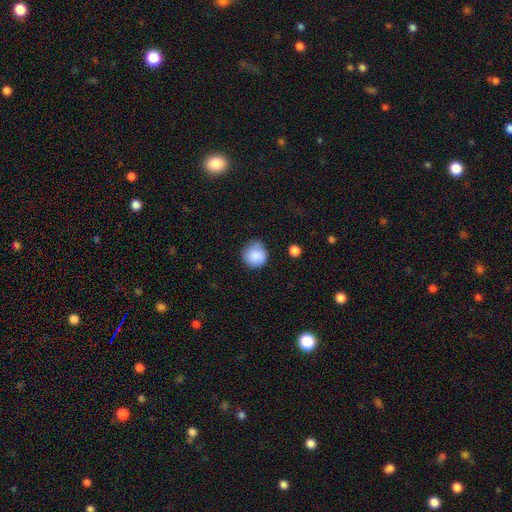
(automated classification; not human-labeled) Smooth or featured?
  - smooth: 87% *
  - star or artifact: 8%
  - featured or disk: 5%
How rounded?
  - round: 92% *
  - in between: 8%
  - cigar-shaped: 1%
Merging?
  - none: 73% *
  - minor disturbance: 21%
  - major disturbance: 4%
  - merger: 2%